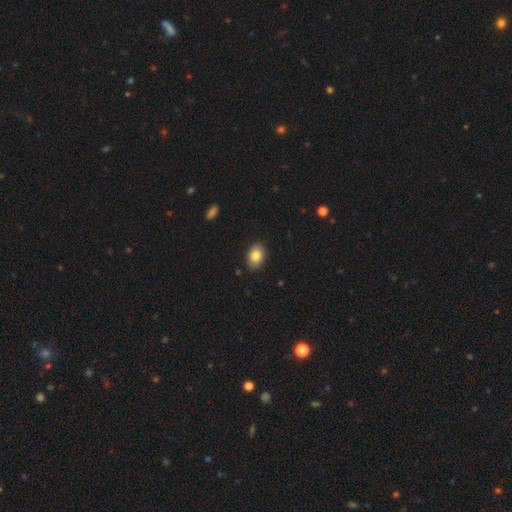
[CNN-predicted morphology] A smooth galaxy with no disk features (85%) that is in between round and cigar-shaped (85%).

Vote fractions:
- Smooth or featured? smooth: 85% / star or artifact: 8% / featured or disk: 7%
- How rounded? in between: 85% / round: 14% / cigar-shaped: 1%
- Merging? none: 89% / minor disturbance: 8% / major disturbance: 2% / merger: 1%